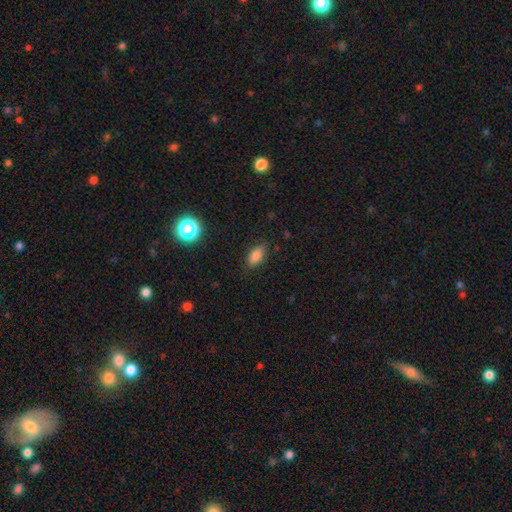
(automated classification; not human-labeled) Q: Smooth or featured?
A: smooth (82%); runner-up: star or artifact (11%)
Q: How rounded?
A: in between (86%); runner-up: cigar-shaped (9%)
Q: Merging?
A: none (83%); runner-up: minor disturbance (13%)